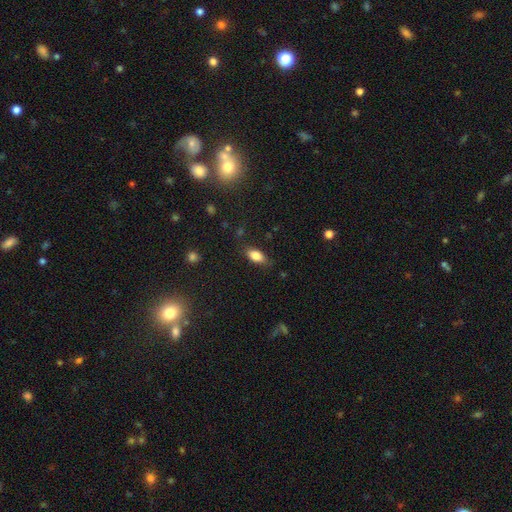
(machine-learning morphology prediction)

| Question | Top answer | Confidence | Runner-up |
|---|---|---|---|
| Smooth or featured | smooth | 82% | featured or disk (10%) |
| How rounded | in between | 87% | cigar-shaped (8%) |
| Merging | none | 79% | minor disturbance (16%) |